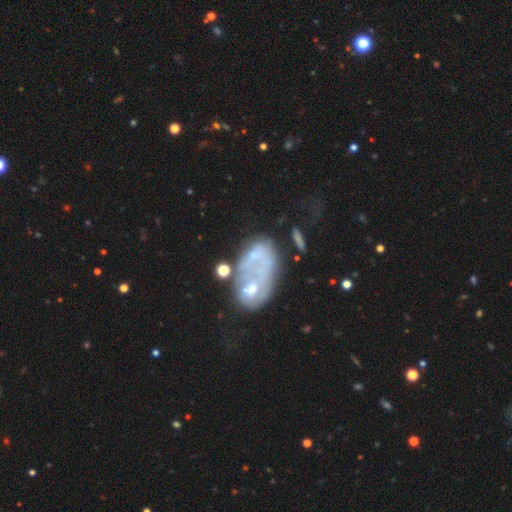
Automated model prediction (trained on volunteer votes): featured or disk 50%, smooth 36%, star or artifact 14%. Down the decision tree: edge-on disk — no (96%); merging — merger (32%).